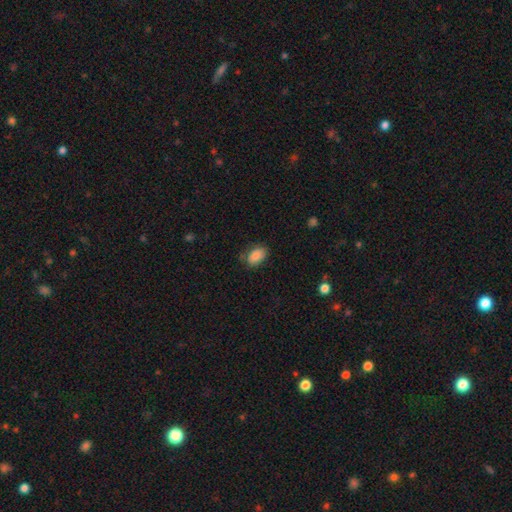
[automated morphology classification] Smooth or featured?
  - smooth: 85% *
  - star or artifact: 8%
  - featured or disk: 7%
How rounded?
  - in between: 90% *
  - round: 8%
  - cigar-shaped: 1%
Merging?
  - none: 73% *
  - minor disturbance: 20%
  - major disturbance: 5%
  - merger: 2%